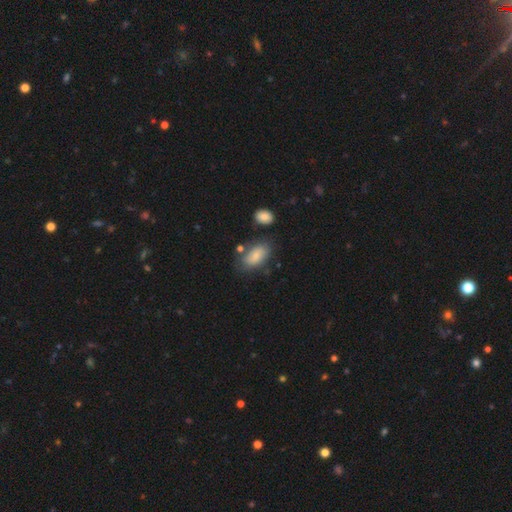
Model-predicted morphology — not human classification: smooth 78%, featured or disk 15%, star or artifact 7%. Down the decision tree: how rounded — in between (92%); merging — none (64%).